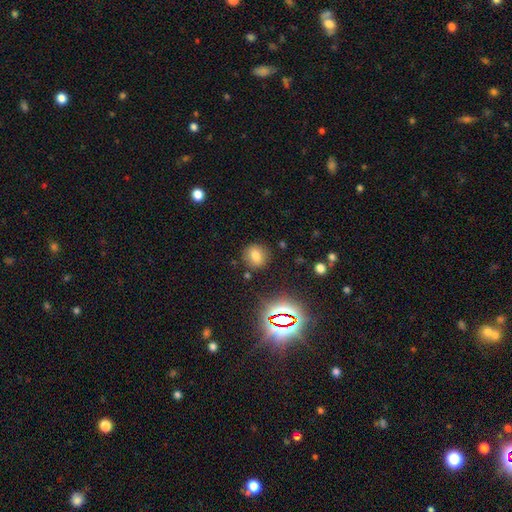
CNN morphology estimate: smooth-or-featured: smooth: 70% | star or artifact: 18% | featured or disk: 11%
  how-rounded: round: 79% | in between: 20% | cigar-shaped: 1%
  merging: none: 84% | minor disturbance: 9% | major disturbance: 3% | merger: 3%